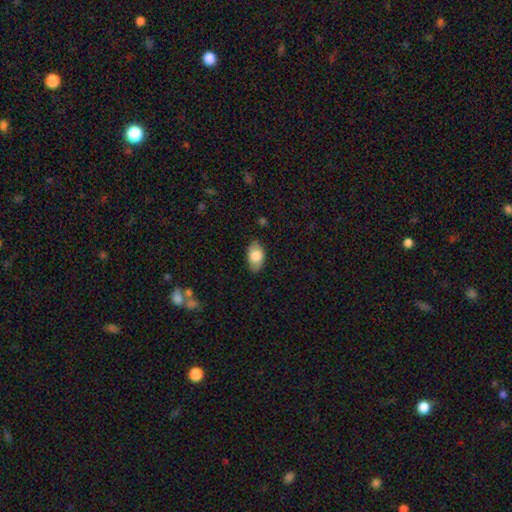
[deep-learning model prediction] Smooth or featured? smooth (79%)
How rounded? in between (93%)
Merging? none (84%)